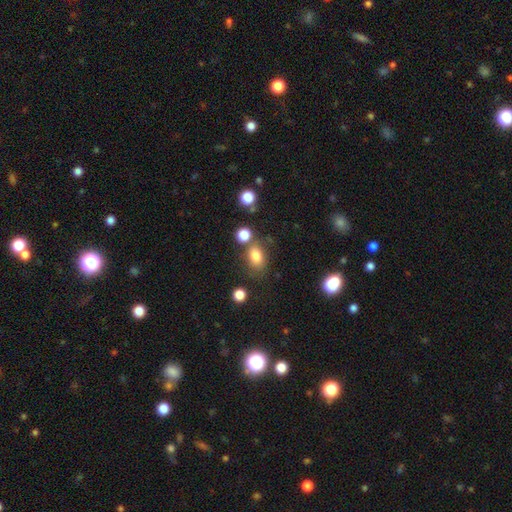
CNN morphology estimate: smooth_or_featured: smooth (p=0.81) [alt: star or artifact p=0.12]
how_rounded: in between (p=0.72) [alt: round p=0.27]
merging: none (p=0.65) [alt: minor disturbance p=0.16]